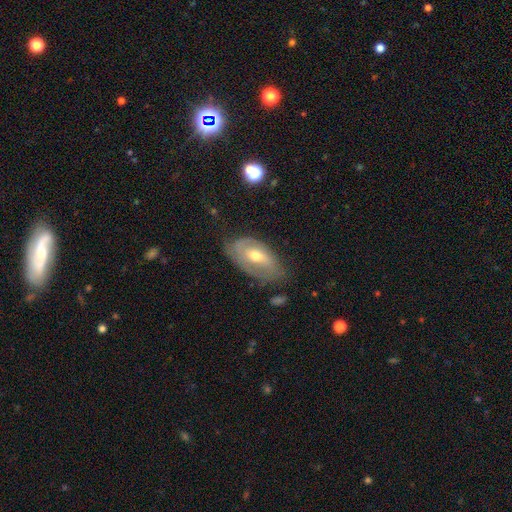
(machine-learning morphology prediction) featured or disk 67%, smooth 25%, star or artifact 8%. Down the decision tree: edge-on disk — no (90%); bar — no (50%); spiral arms — yes (72%); bulge size — moderate (65%); merging — none (62%).